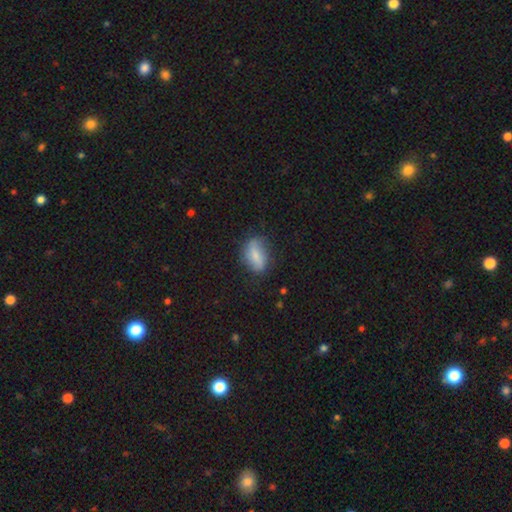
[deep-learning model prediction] A smooth galaxy with no disk features (68%) that is in between round and cigar-shaped (83%). Merging: none (66%).